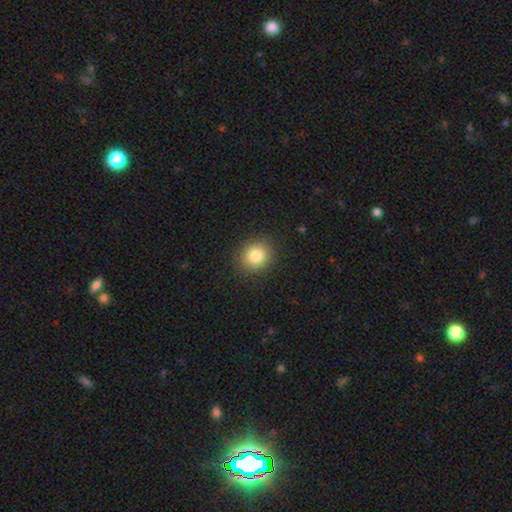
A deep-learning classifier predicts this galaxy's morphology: A smooth galaxy with no disk features (83%) that is round (83%).

Vote fractions:
- Smooth or featured? smooth: 83% / star or artifact: 10% / featured or disk: 7%
- How rounded? round: 83% / in between: 16% / cigar-shaped: 1%
- Merging? none: 89% / minor disturbance: 7% / major disturbance: 2% / merger: 1%